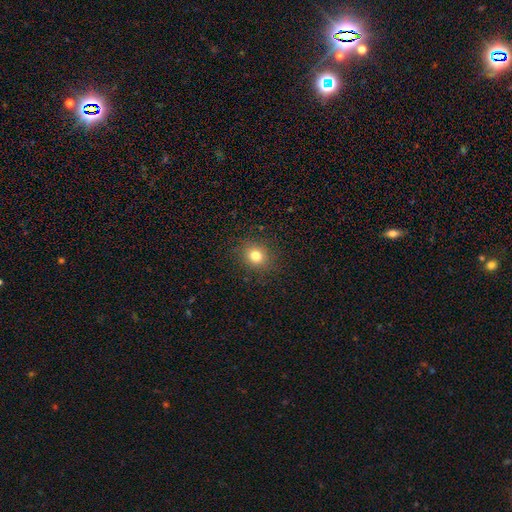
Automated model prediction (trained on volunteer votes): Smooth or featured?
  - smooth: 79% *
  - star or artifact: 14%
  - featured or disk: 7%
How rounded?
  - round: 75% *
  - in between: 24%
  - cigar-shaped: 1%
Merging?
  - none: 88% *
  - minor disturbance: 8%
  - major disturbance: 3%
  - merger: 1%